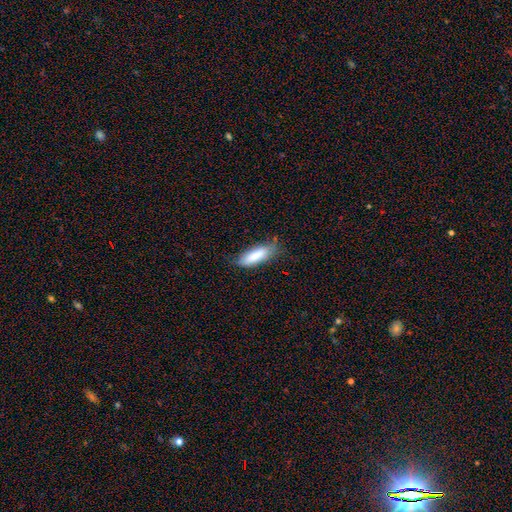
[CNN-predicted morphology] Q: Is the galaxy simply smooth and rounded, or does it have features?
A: smooth — 81%.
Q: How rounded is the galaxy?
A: in between — 52%.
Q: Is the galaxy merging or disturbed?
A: none — 66%.